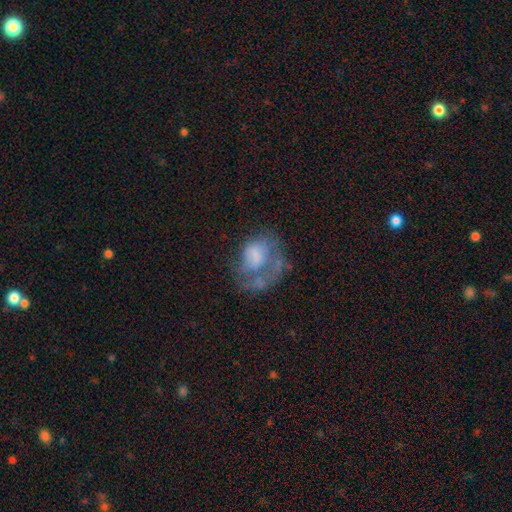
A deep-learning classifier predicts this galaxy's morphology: Q: Smooth or featured?
A: smooth (45%); runner-up: featured or disk (44%)
Q: Merging?
A: major disturbance (47%); runner-up: none (26%)